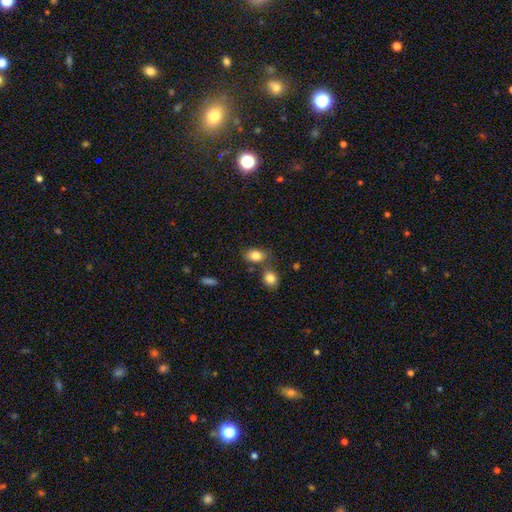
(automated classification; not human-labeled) Q: Smooth or featured?
A: smooth (83%); runner-up: star or artifact (9%)
Q: How rounded?
A: in between (79%); runner-up: round (19%)
Q: Merging?
A: none (63%); runner-up: merger (19%)